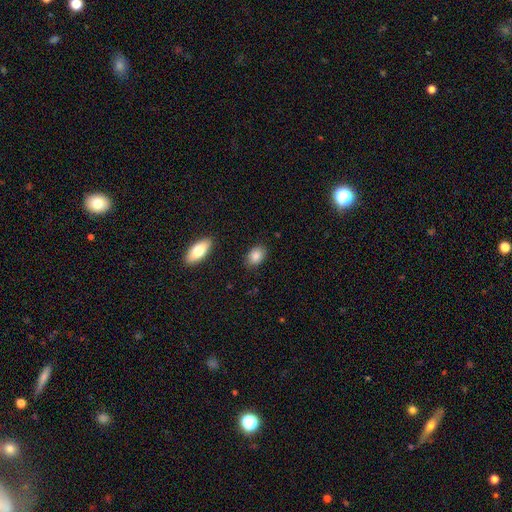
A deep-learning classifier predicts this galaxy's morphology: Smooth or featured?
  - smooth: 86% *
  - star or artifact: 8%
  - featured or disk: 7%
How rounded?
  - in between: 79% *
  - round: 19%
  - cigar-shaped: 2%
Merging?
  - none: 86% *
  - minor disturbance: 9%
  - major disturbance: 2%
  - merger: 2%